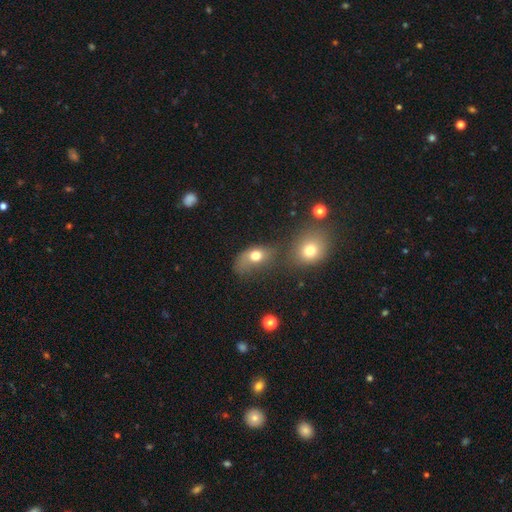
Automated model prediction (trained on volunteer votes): smooth_or_featured: smooth (p=0.70) [alt: featured or disk p=0.16]
how_rounded: in between (p=0.68) [alt: round p=0.30]
merging: none (p=0.37) [alt: merger p=0.25]